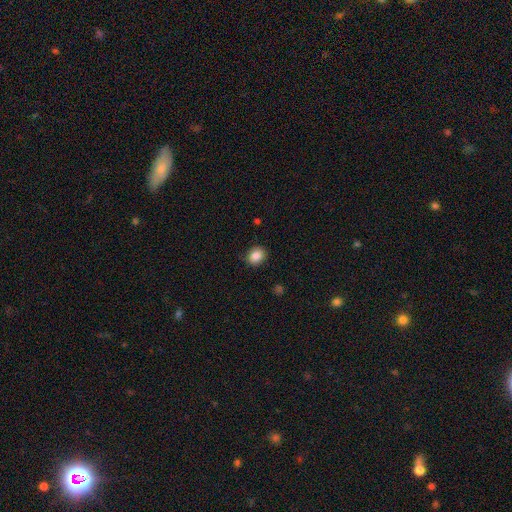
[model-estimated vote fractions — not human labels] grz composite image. It shows a smooth galaxy with no disk features (86%) that is round (62%). Merging: none (87%).